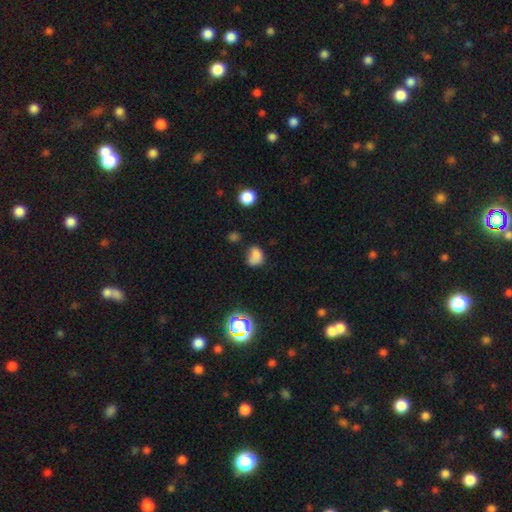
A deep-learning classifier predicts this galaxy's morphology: Smooth or featured? smooth (74%)
How rounded? in between (60%)
Merging? none (40%)